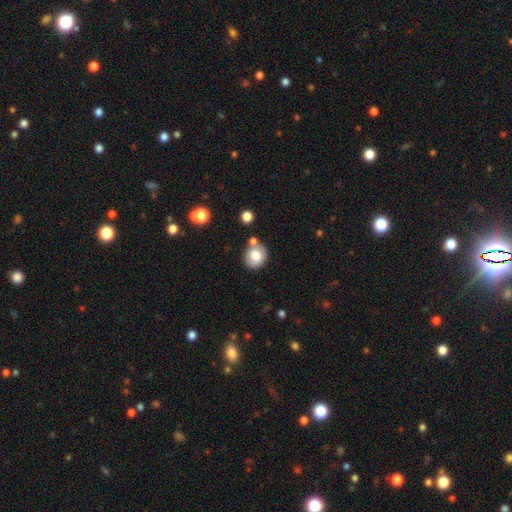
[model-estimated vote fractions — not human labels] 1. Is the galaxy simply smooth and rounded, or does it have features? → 75% smooth, 15% featured or disk, 9% star or artifact.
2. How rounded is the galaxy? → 77% round, 22% in between, 1% cigar-shaped.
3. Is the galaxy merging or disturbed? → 71% none, 13% merger, 12% minor disturbance, 3% major disturbance.